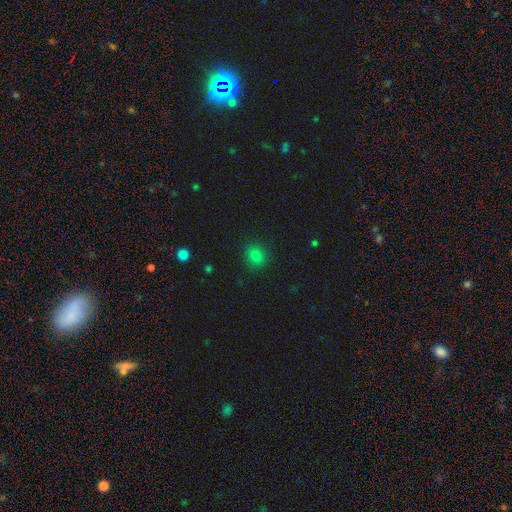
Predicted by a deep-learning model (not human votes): Q: Smooth or featured?
A: smooth (82%); runner-up: star or artifact (14%)
Q: How rounded?
A: round (64%); runner-up: in between (35%)
Q: Merging?
A: none (87%); runner-up: minor disturbance (9%)